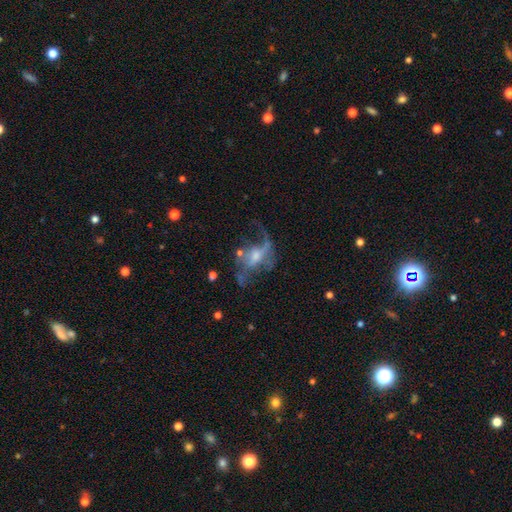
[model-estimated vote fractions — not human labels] A featured or disk galaxy (75%) with no bar (45%), 2 (51%) loose (75%) spiral arms (75%) and a small central bulge (45%). Merging: none (40%).